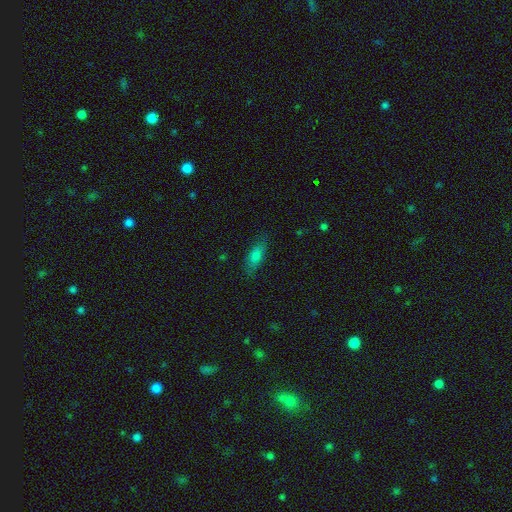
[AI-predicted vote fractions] The model was most divided on "how rounded": in between: 63%, cigar-shaped: 33%, round: 3%. More confident: merging — none (81%); smooth or featured — smooth (72%).